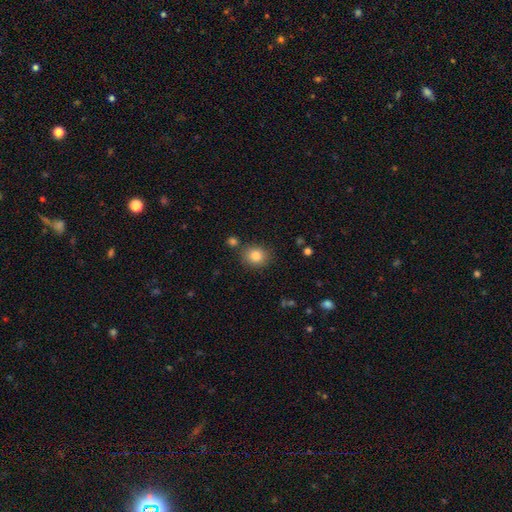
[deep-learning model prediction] Smooth or featured?
  - smooth: 84% *
  - star or artifact: 10%
  - featured or disk: 6%
How rounded?
  - round: 74% *
  - in between: 25%
  - cigar-shaped: 1%
Merging?
  - none: 81% *
  - minor disturbance: 10%
  - merger: 6%
  - major disturbance: 3%